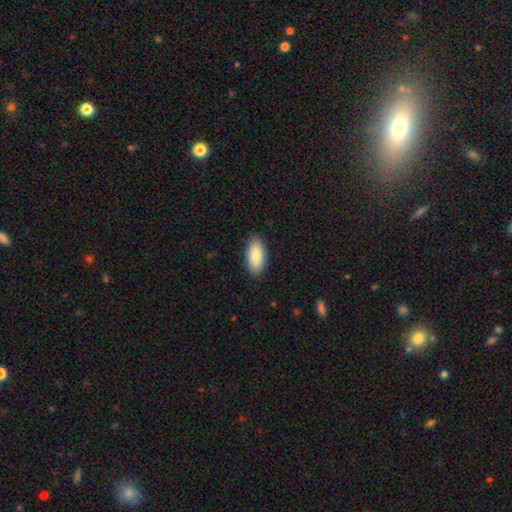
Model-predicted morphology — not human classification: smooth 89%, star or artifact 6%, featured or disk 5%. Down the decision tree: how rounded — in between (89%); merging — none (87%).